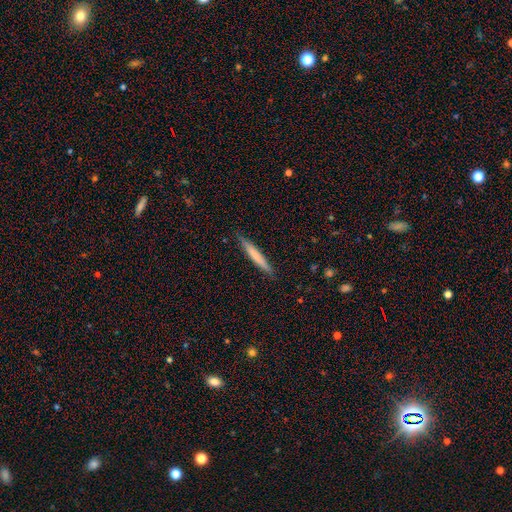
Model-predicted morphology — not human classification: This appears to be a smooth galaxy with no disk features (67%) that is cigar-shaped (96%). Merging: none (88%).